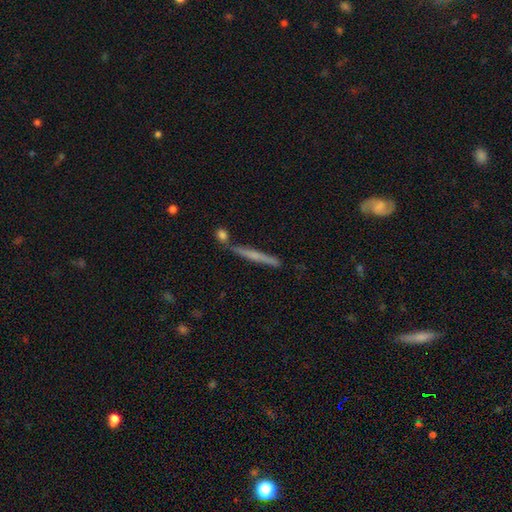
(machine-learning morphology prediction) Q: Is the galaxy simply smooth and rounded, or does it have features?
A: featured or disk — 51%.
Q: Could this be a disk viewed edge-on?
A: yes — 95%.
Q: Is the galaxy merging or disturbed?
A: none — 77%.